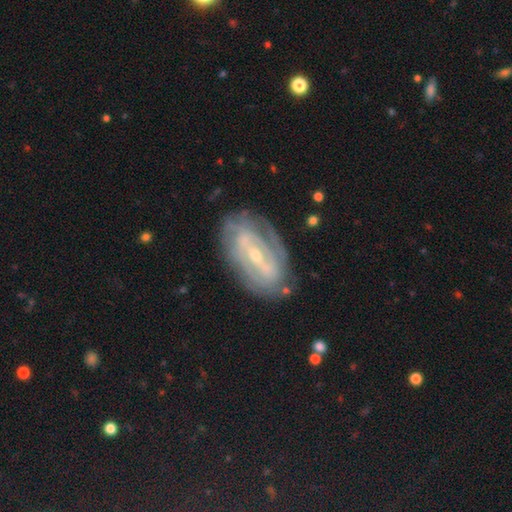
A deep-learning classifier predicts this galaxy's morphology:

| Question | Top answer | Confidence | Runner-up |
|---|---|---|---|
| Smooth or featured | featured or disk | 81% | smooth (12%) |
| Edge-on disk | no | 93% | yes (7%) |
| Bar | strong | 47% | weak (35%) |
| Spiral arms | yes | 84% | no (16%) |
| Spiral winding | tight | 59% | medium (30%) |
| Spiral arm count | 2 | 44% | can't tell (35%) |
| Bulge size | small | 66% | moderate (29%) |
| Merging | none | 74% | minor disturbance (17%) |